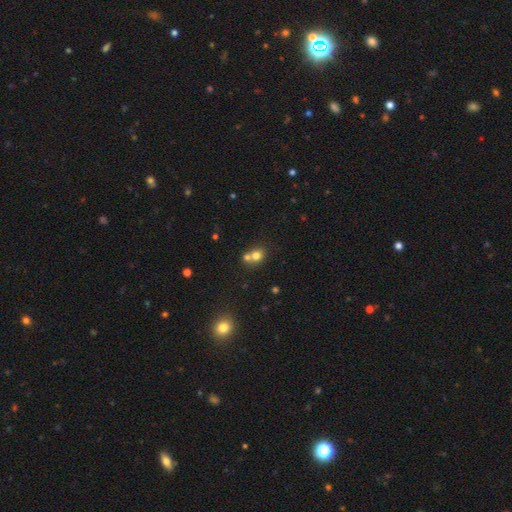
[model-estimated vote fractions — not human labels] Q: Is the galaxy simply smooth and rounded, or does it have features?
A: smooth — 74%.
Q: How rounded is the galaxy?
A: round — 76%.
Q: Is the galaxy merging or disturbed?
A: merger — 50%.